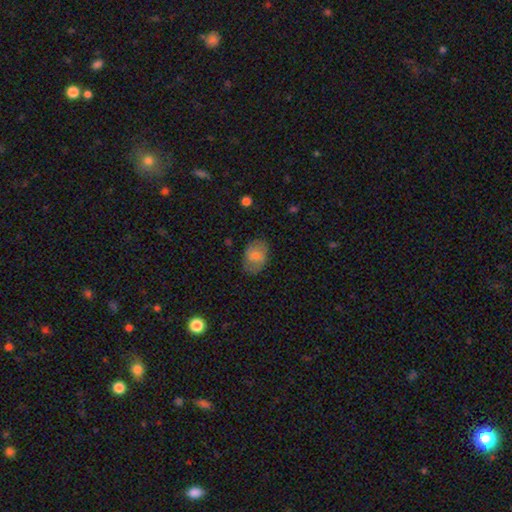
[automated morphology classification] Overall: smooth (70%). How rounded: in between (80%). Merging: none (75%).